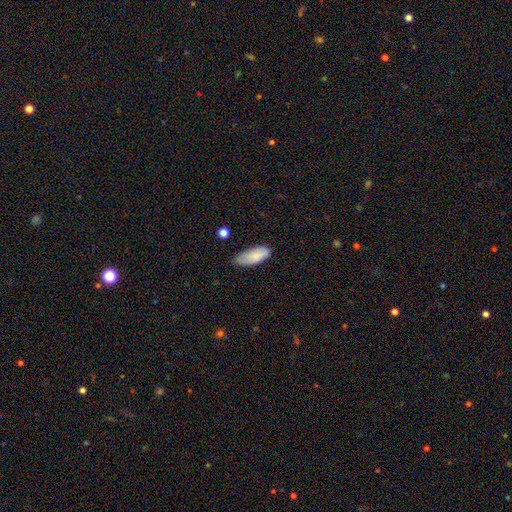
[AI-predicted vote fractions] A smooth galaxy with no disk features (84%) that is in between round and cigar-shaped (80%).

Vote fractions:
- Smooth or featured? smooth: 84% / featured or disk: 9% / star or artifact: 6%
- How rounded? in between: 80% / cigar-shaped: 18% / round: 2%
- Merging? none: 62% / minor disturbance: 31% / major disturbance: 5% / merger: 2%